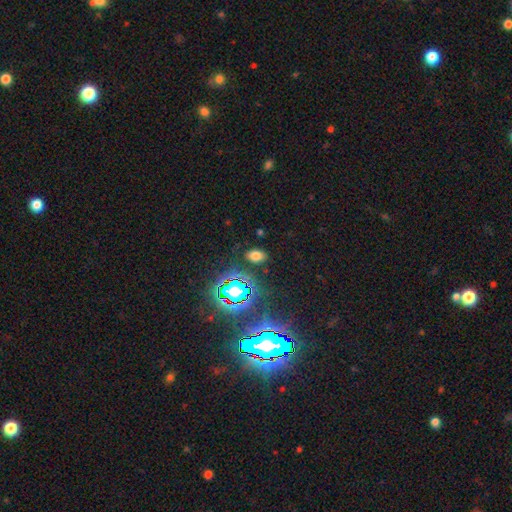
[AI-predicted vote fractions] Morphology: type=smooth (64%); roundness=in between (87%); merging=none (85%).